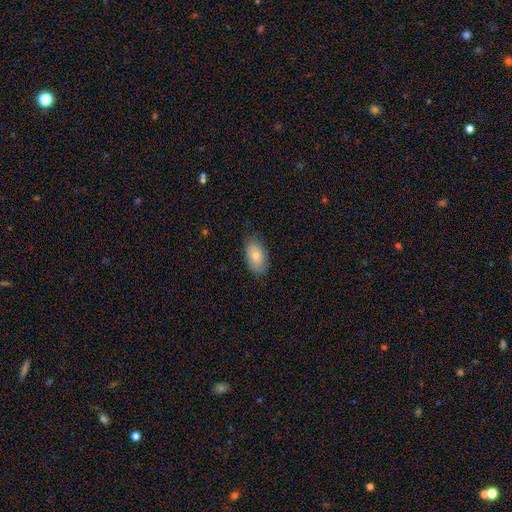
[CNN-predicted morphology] Smooth or featured: smooth — 75% (featured or disk — 18%)
How rounded: in between — 92% (round — 6%)
Merging: none — 79% (minor disturbance — 17%)